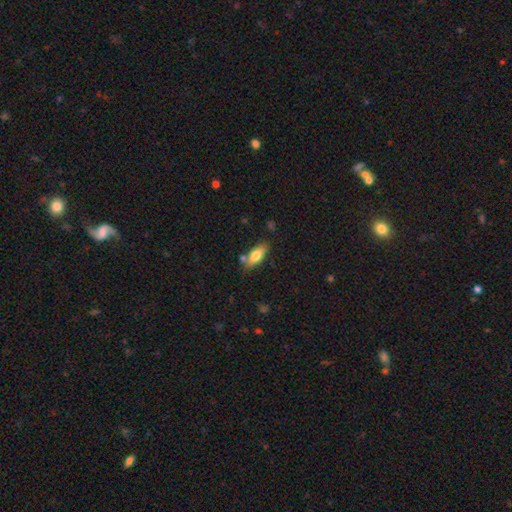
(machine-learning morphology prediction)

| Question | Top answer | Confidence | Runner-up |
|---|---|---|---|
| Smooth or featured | smooth | 75% | featured or disk (18%) |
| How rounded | in between | 79% | cigar-shaped (19%) |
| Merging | none | 74% | minor disturbance (15%) |